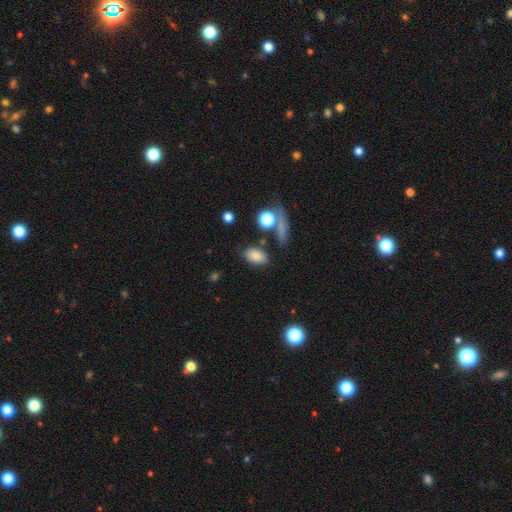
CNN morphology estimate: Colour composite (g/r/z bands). It shows a smooth galaxy with no disk features (81%) that is in between round and cigar-shaped (88%). Merging: none (73%).